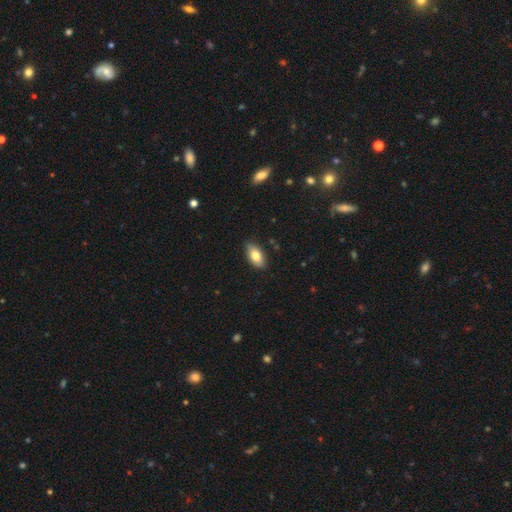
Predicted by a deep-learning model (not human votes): This appears to be a smooth galaxy with no disk features (80%) that is in between round and cigar-shaped (92%). Merging: none (83%).